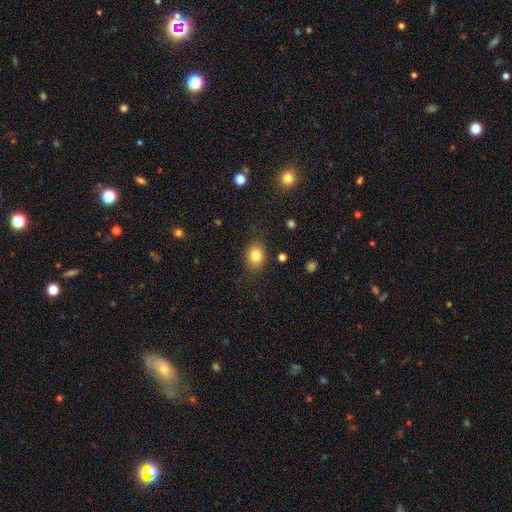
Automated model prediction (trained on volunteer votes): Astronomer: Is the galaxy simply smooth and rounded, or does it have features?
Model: smooth — 81%.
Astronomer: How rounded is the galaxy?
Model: round — 57% (runner-up: in between, 43%).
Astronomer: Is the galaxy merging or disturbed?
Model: none — 82%.